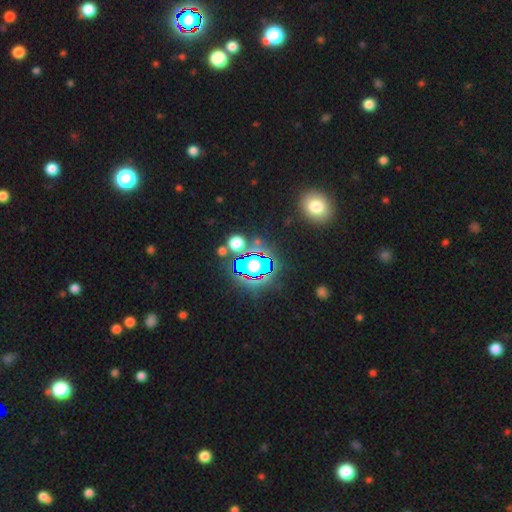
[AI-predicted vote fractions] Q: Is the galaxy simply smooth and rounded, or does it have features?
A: star or artifact — 73%.